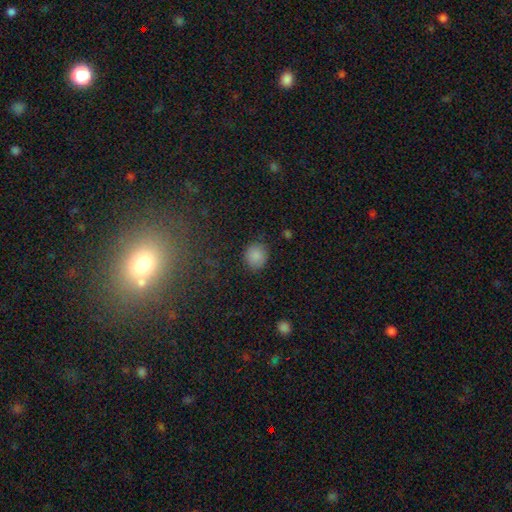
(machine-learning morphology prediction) A smooth galaxy with no disk features (84%) that is round (80%).

Vote fractions:
- Smooth or featured? smooth: 84% / star or artifact: 11% / featured or disk: 5%
- How rounded? round: 80% / in between: 19% / cigar-shaped: 1%
- Merging? none: 82% / minor disturbance: 13% / major disturbance: 3% / merger: 2%